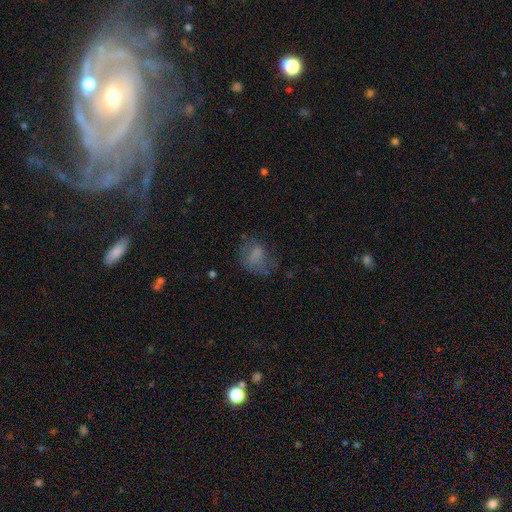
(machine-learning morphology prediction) The model was most divided on "how rounded": in between: 55%, round: 43%, cigar-shaped: 1%. Remaining: smooth or featured — smooth (63%); merging — none (47%).